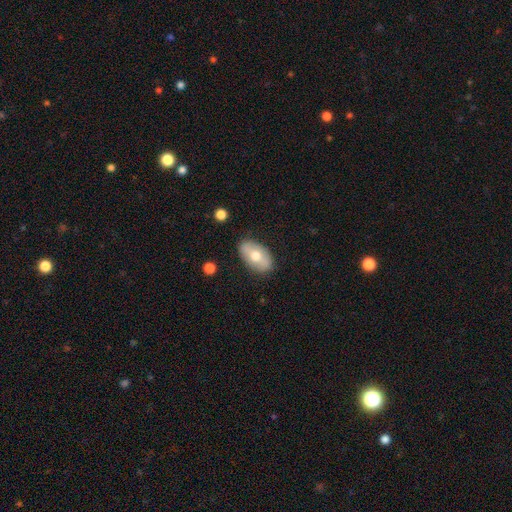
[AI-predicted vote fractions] A smooth galaxy with no disk features (62%) that is in between round and cigar-shaped (93%). Merging: none (83%).